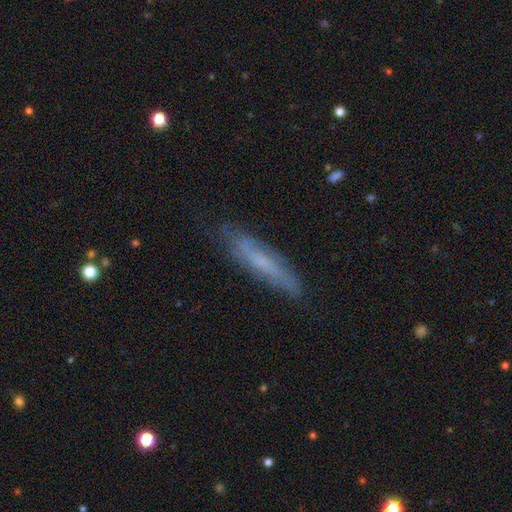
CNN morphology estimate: Q: Smooth or featured?
A: smooth (49%); runner-up: featured or disk (43%)
Q: Merging?
A: none (78%); runner-up: minor disturbance (17%)